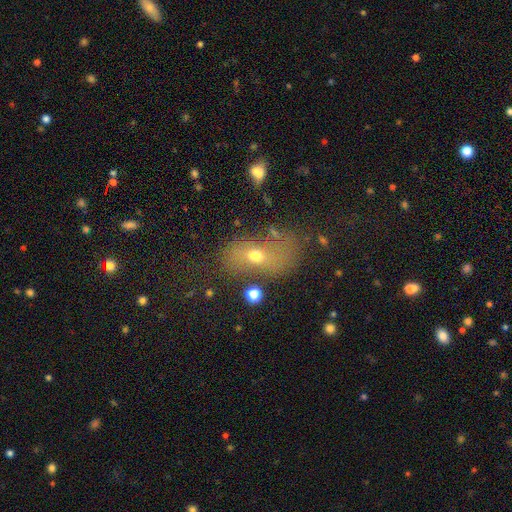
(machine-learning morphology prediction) smooth-or-featured: smooth: 56% | featured or disk: 27% | star or artifact: 17%
  how-rounded: in between: 80% | round: 17% | cigar-shaped: 4%
  merging: none: 45% | major disturbance: 23% | minor disturbance: 22% | merger: 11%